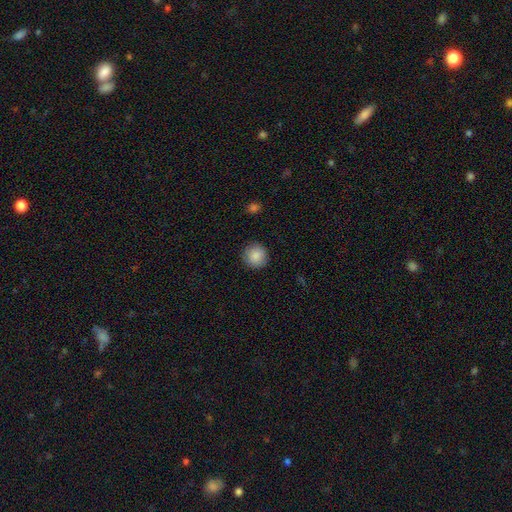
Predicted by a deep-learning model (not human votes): The model was most divided on "smooth or featured": smooth: 87%, star or artifact: 8%, featured or disk: 5%. More confident: how rounded — round (94%); merging — none (90%).